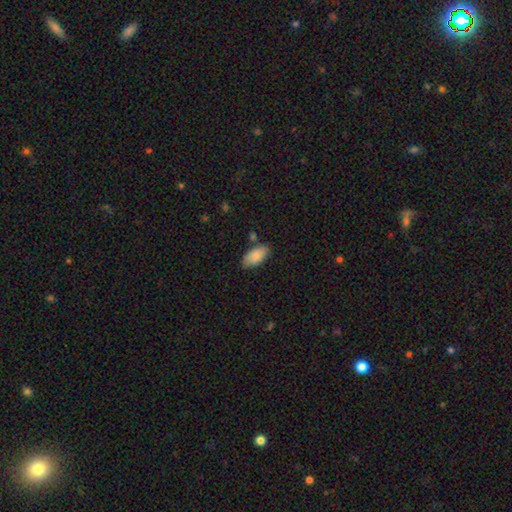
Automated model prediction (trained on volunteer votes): Overall: smooth (89%). How rounded: in between (93%). Merging: none (80%).